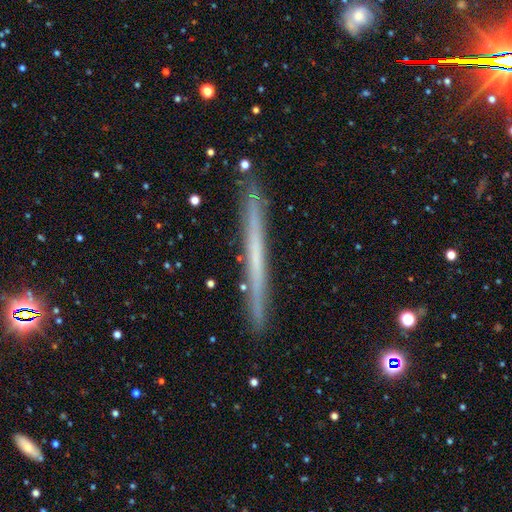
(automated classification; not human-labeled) Morphology: type=featured or disk (53%); edge-on=yes (96%); edge-on bulge=none (93%); merging=none (90%).